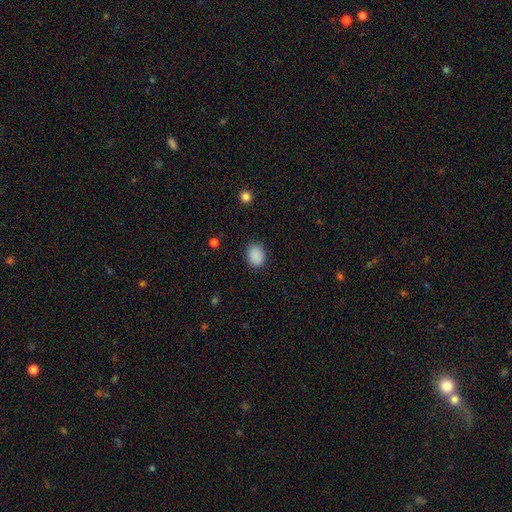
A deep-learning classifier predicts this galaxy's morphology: This is clearly a smooth galaxy (89%). How rounded: possibly in between (52%). Merging: clearly none (86%).